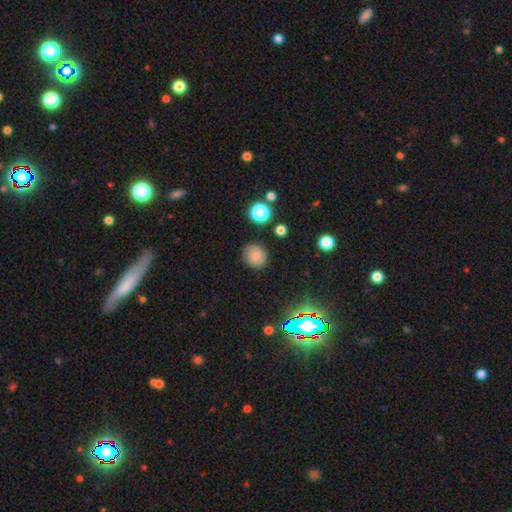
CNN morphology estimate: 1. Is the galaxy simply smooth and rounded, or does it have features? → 81% smooth, 13% star or artifact, 5% featured or disk.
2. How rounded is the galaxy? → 82% round, 17% in between, 1% cigar-shaped.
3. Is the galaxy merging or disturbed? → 85% none, 10% minor disturbance, 3% major disturbance, 2% merger.